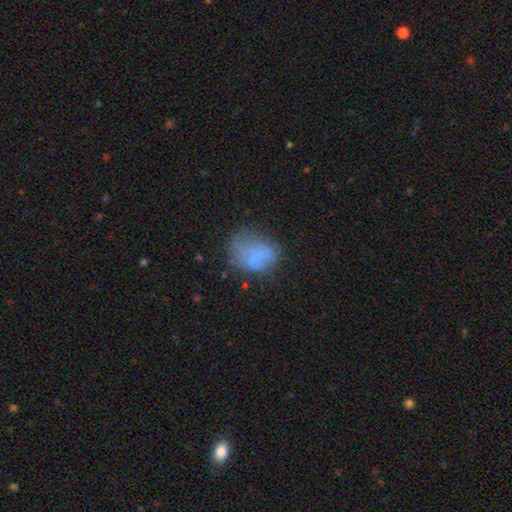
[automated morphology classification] This appears to be a smooth galaxy with no disk features (63%) that is in between round and cigar-shaped (59%). Merging: none (41%).